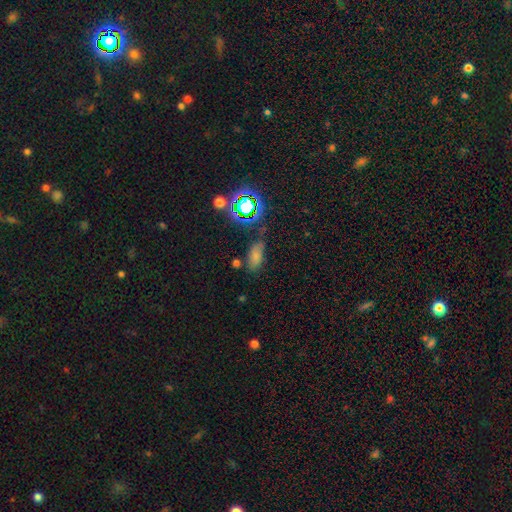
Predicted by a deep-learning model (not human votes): The model was most divided on "merging": none: 61%, minor disturbance: 23%, major disturbance: 8%, merger: 7%. More confident: how rounded — in between (83%); smooth or featured — smooth (67%).